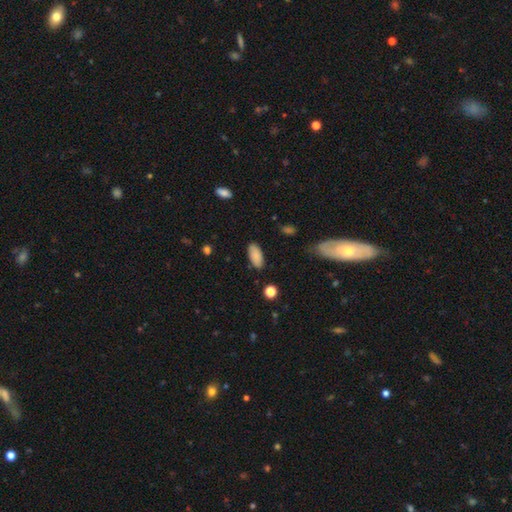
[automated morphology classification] This is clearly a smooth galaxy (88%). How rounded: clearly in between (89%). Merging: clearly none (85%).